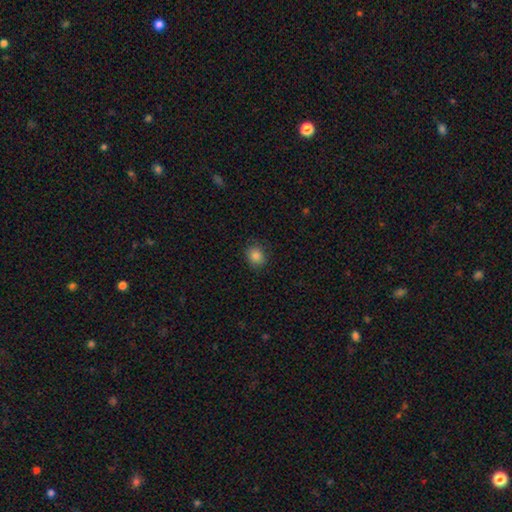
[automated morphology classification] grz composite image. It shows a smooth galaxy with no disk features (85%) that is round (65%). Merging: none (85%).